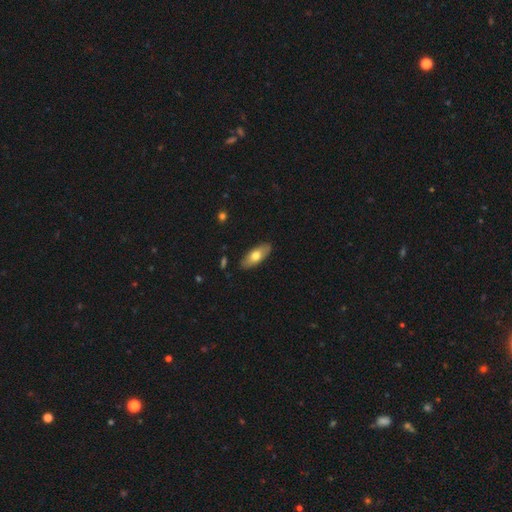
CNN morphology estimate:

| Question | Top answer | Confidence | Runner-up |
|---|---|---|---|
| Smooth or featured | smooth | 65% | featured or disk (29%) |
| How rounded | in between | 81% | cigar-shaped (16%) |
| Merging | none | 87% | minor disturbance (10%) |